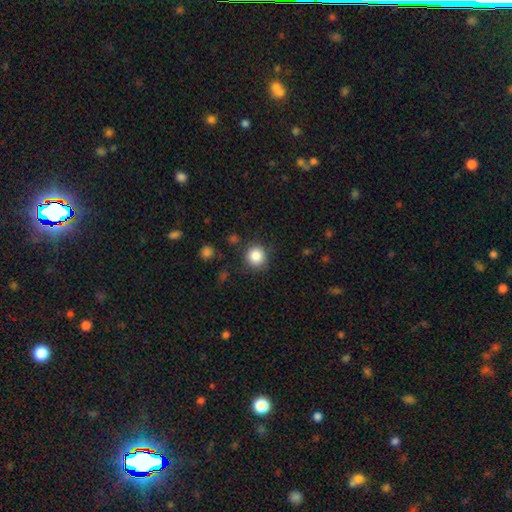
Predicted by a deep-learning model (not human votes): This appears to be a smooth galaxy with no disk features (85%) that is round (92%). Merging: none (86%).